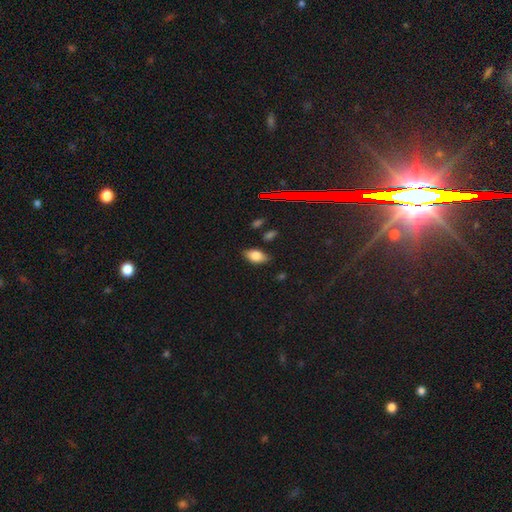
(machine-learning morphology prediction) smooth 78%, featured or disk 12%, star or artifact 10%. Down the decision tree: how rounded — in between (89%); merging — none (79%).